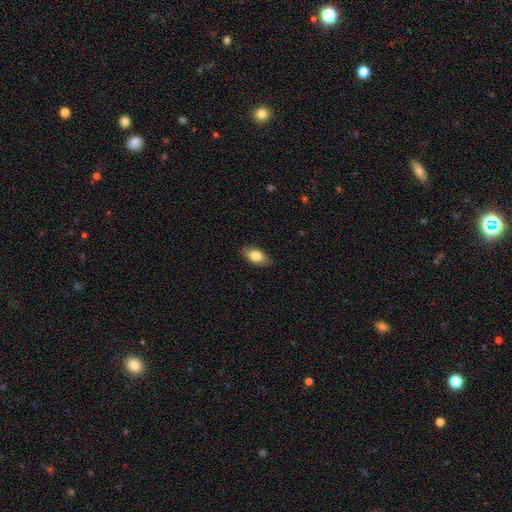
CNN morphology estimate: Smooth or featured? smooth (81%)
How rounded? in between (89%)
Merging? none (86%)